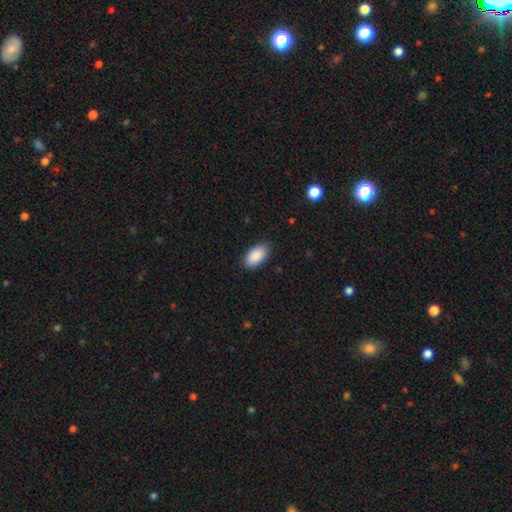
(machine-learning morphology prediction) Smooth or featured? smooth (91%)
How rounded? in between (95%)
Merging? none (87%)